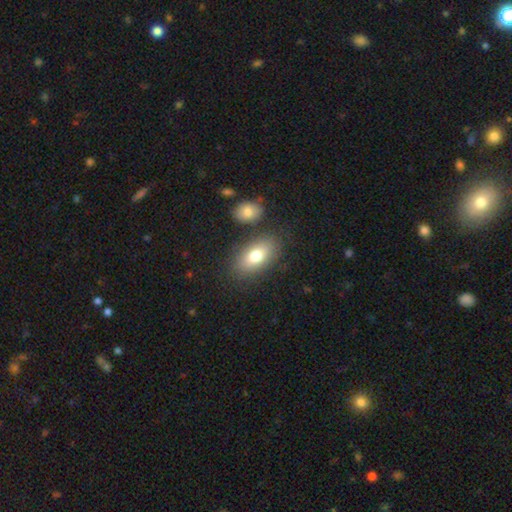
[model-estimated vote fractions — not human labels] This appears to be a smooth galaxy with no disk features (76%) that is in between round and cigar-shaped (90%). Merging: none (78%).